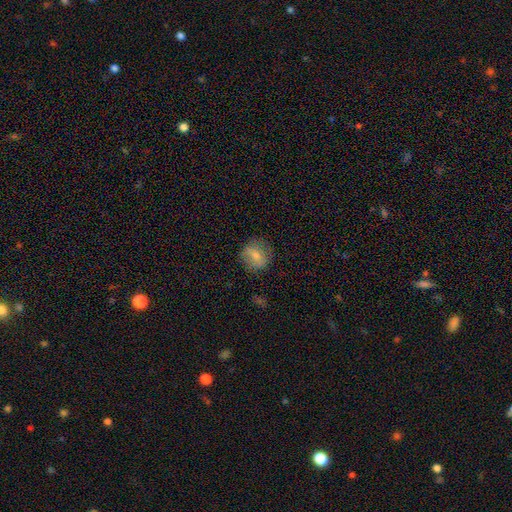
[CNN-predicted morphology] A smooth galaxy with no disk features (68%) that is round (79%).

Vote fractions:
- Smooth or featured? smooth: 68% / featured or disk: 23% / star or artifact: 9%
- How rounded? round: 79% / in between: 20% / cigar-shaped: 2%
- Merging? none: 80% / minor disturbance: 14% / major disturbance: 5% / merger: 1%